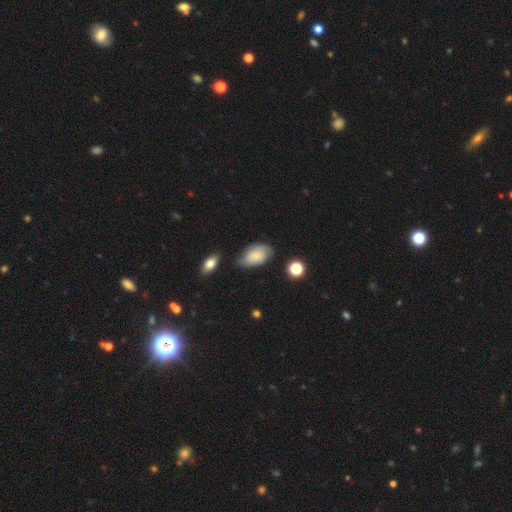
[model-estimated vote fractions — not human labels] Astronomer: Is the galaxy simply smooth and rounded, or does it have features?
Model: smooth — 61%.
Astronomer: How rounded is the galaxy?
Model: in between — 91%.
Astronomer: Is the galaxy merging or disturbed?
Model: none — 63%.